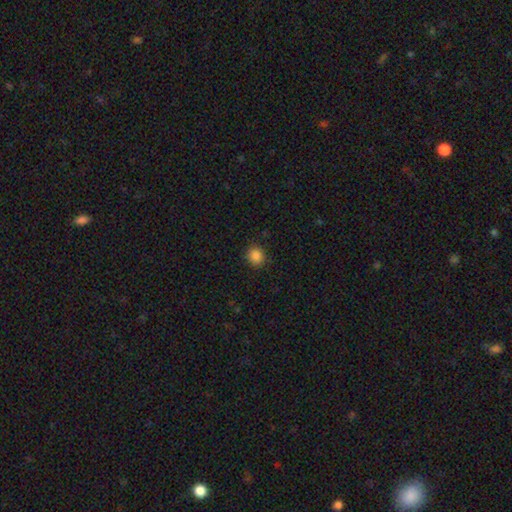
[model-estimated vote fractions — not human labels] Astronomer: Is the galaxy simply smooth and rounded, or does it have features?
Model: smooth — 86%.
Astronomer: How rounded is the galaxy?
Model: round — 85%.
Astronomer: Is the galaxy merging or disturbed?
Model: none — 89%.